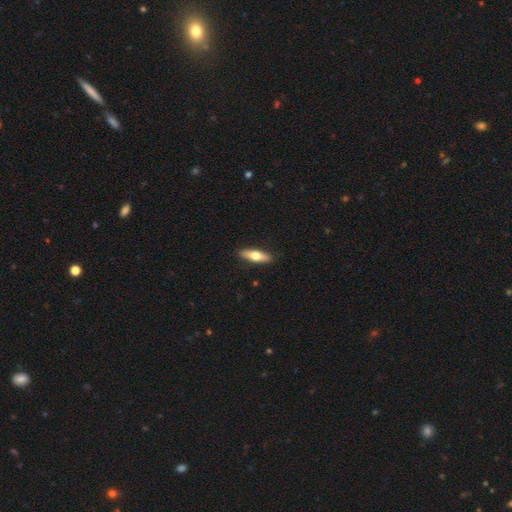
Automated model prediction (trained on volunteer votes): Overall: smooth (59%; featured or disk 35%). How rounded: cigar-shaped (57%; in between 40%). Merging: none (90%).